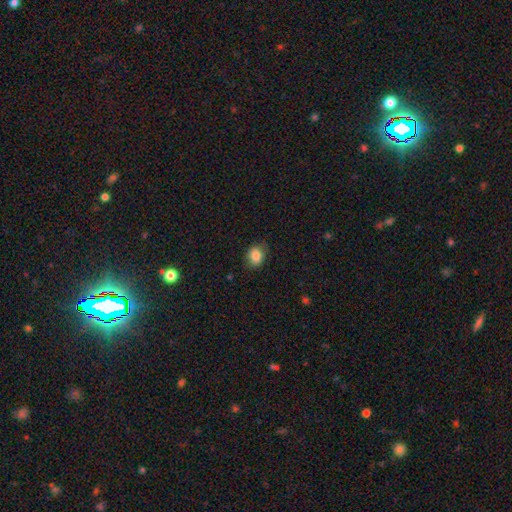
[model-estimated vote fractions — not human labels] Overall: smooth (84%). How rounded: round (50%; in between 49%). Merging: none (76%).